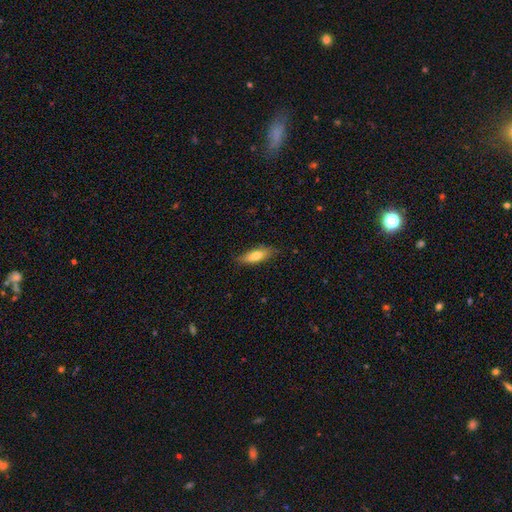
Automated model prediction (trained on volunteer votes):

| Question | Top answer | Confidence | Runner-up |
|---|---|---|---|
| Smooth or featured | smooth | 73% | featured or disk (20%) |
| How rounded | in between | 58% | cigar-shaped (40%) |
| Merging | none | 80% | minor disturbance (16%) |